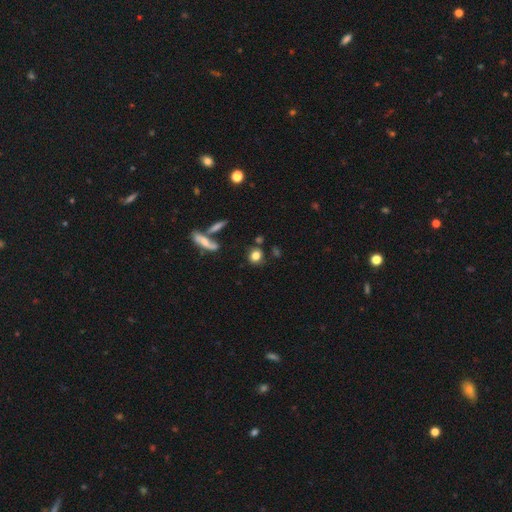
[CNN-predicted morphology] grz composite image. It shows a smooth galaxy with no disk features (80%) that is round (70%). Merging: none (71%).